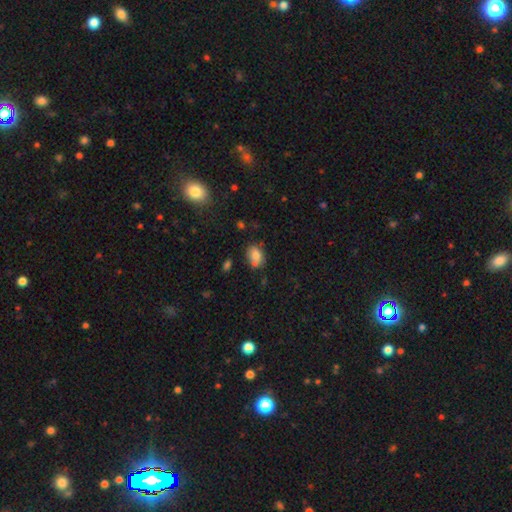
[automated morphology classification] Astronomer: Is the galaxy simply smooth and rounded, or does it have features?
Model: smooth — 78%.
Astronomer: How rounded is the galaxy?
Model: in between — 71%.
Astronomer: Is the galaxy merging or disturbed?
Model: none — 61%.